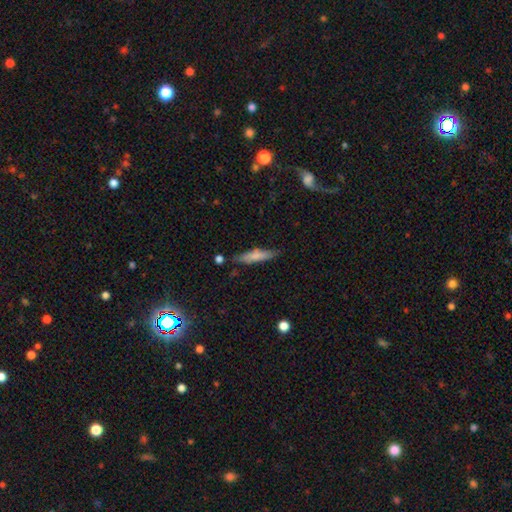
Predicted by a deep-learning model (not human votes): Q: Smooth or featured?
A: smooth (71%); runner-up: featured or disk (22%)
Q: How rounded?
A: cigar-shaped (80%); runner-up: in between (18%)
Q: Merging?
A: none (76%); runner-up: minor disturbance (17%)